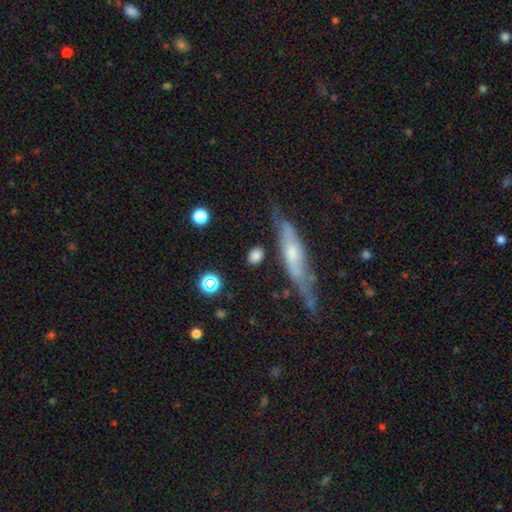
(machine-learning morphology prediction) Q: Smooth or featured?
A: smooth (80%); runner-up: featured or disk (12%)
Q: How rounded?
A: round (50%); runner-up: in between (41%)
Q: Merging?
A: none (81%); runner-up: minor disturbance (12%)